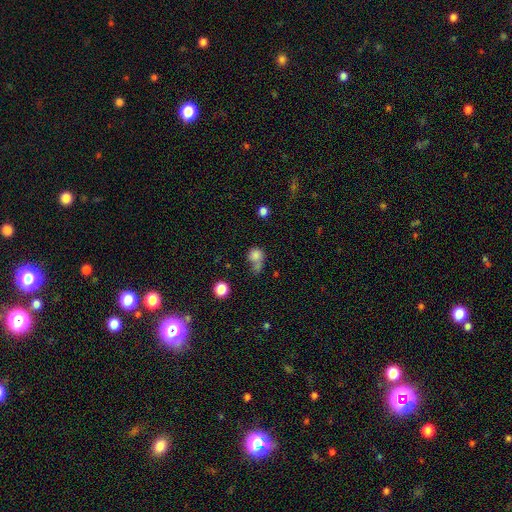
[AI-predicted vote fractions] A smooth galaxy with no disk features (77%) that is round (78%). Merging: none (36%).